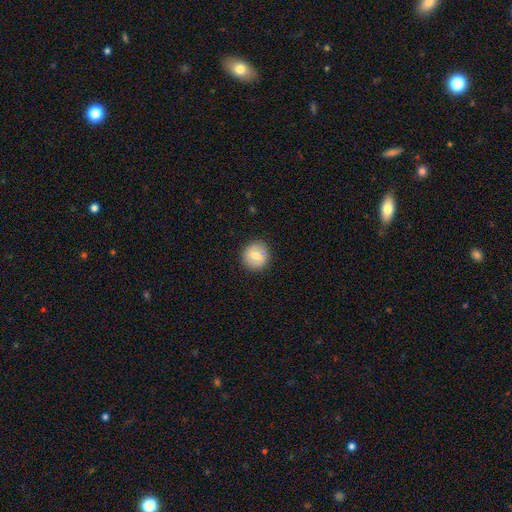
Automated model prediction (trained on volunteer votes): Morphology: type=smooth (67%); roundness=round (92%); merging=none (89%).